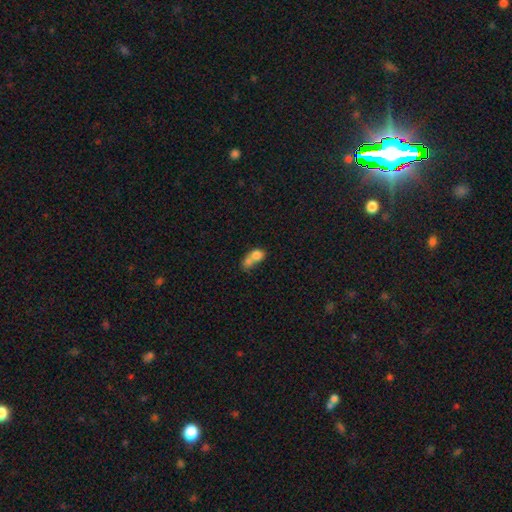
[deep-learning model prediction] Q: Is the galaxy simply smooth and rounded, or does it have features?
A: smooth — 73%.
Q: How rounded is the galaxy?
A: in between — 53%.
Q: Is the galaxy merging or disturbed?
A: merger — 71%.